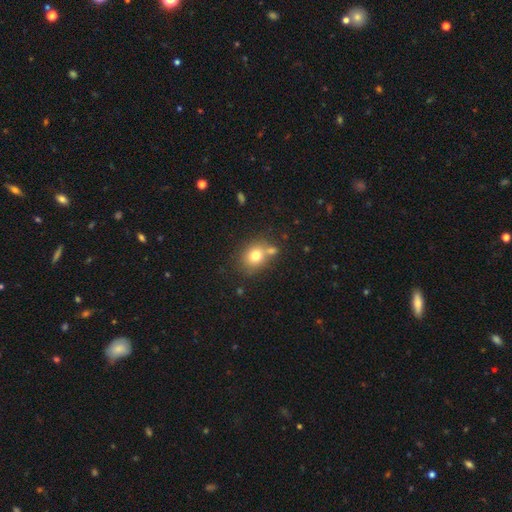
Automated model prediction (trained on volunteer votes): Smooth or featured: smooth — 76% (featured or disk — 13%)
How rounded: round — 58% (in between — 41%)
Merging: none — 59% (merger — 22%)